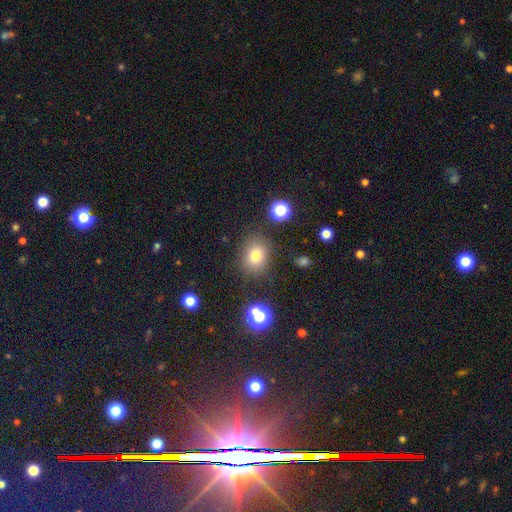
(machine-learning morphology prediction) smooth 76%, star or artifact 15%, featured or disk 9%. Down the decision tree: how rounded — round (57%); merging — none (81%).